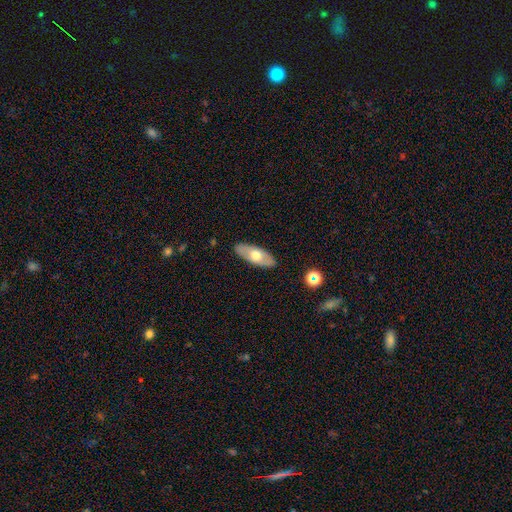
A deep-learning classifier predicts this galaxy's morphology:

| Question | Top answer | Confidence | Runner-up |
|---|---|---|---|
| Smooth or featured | smooth | 54% | featured or disk (40%) |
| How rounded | in between | 83% | cigar-shaped (14%) |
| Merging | none | 87% | minor disturbance (10%) |